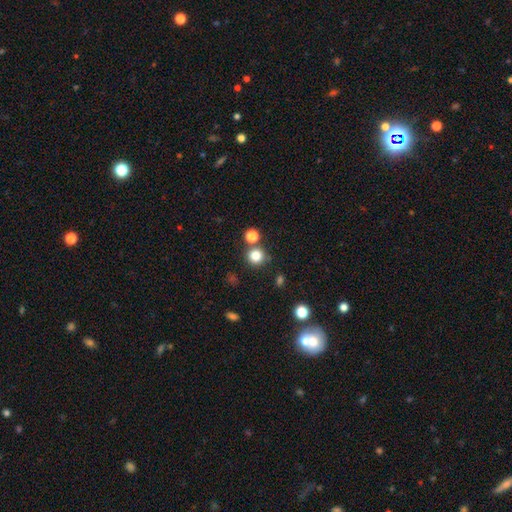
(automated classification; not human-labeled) Q: Smooth or featured?
A: smooth (81%); runner-up: star or artifact (14%)
Q: How rounded?
A: round (92%); runner-up: in between (7%)
Q: Merging?
A: none (78%); runner-up: merger (12%)